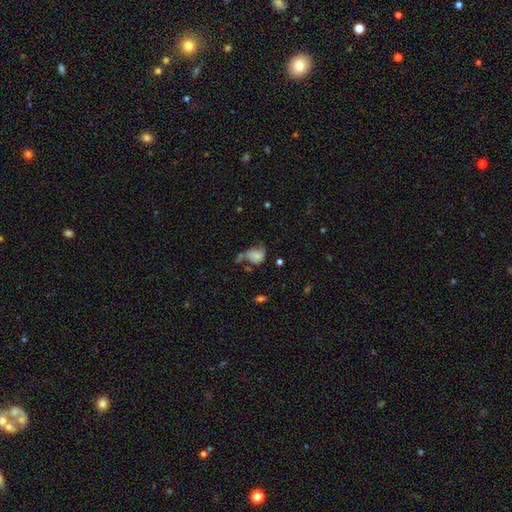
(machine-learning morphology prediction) This is possibly a smooth galaxy (59%). How rounded: possibly in between (55%). Merging: marginally major disturbance (30%).